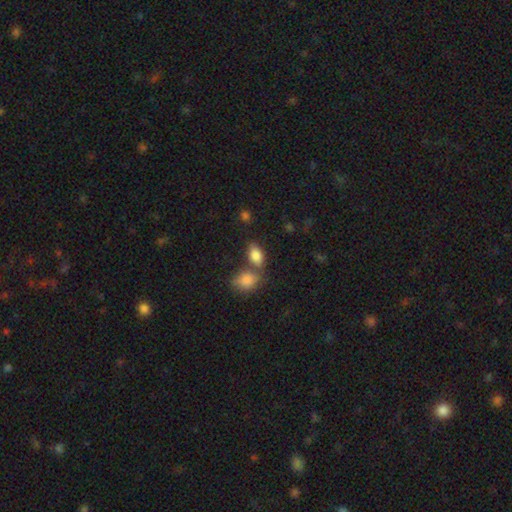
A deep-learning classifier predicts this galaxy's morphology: Smooth or featured: smooth — 84% (star or artifact — 8%)
How rounded: in between — 88% (round — 9%)
Merging: none — 52% (merger — 30%)